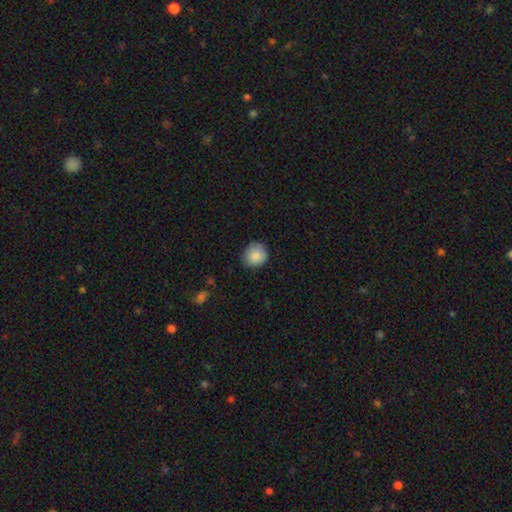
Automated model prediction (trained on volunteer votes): smooth_or_featured: smooth (p=0.87) [alt: star or artifact p=0.08]
how_rounded: round (p=0.87) [alt: in between p=0.12]
merging: none (p=0.79) [alt: minor disturbance p=0.17]